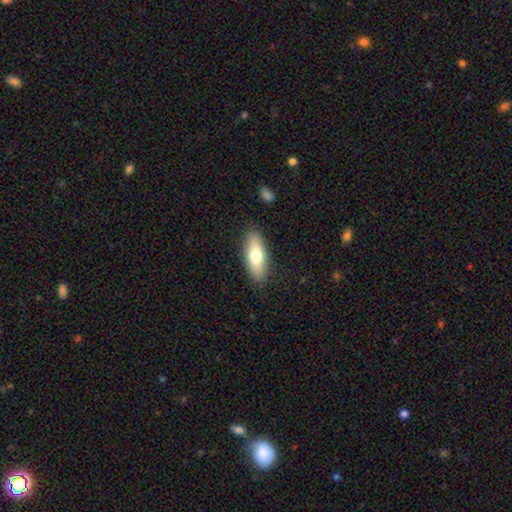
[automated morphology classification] Smooth or featured: smooth — 71% (featured or disk — 23%)
How rounded: in between — 70% (cigar-shaped — 27%)
Merging: none — 87% (minor disturbance — 10%)